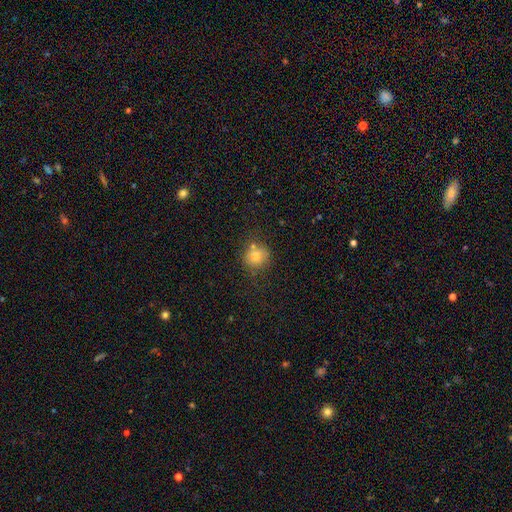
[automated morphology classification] Smooth or featured? smooth (78%)
How rounded? round (77%)
Merging? none (63%)